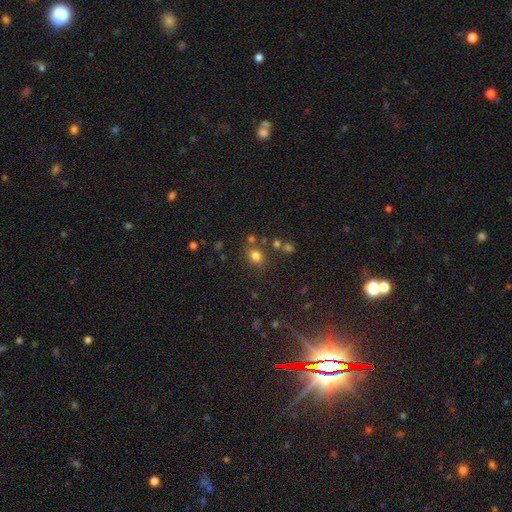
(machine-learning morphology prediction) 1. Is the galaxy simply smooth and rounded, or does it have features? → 77% smooth, 17% star or artifact, 7% featured or disk.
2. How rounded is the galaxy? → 68% round, 31% in between, 1% cigar-shaped.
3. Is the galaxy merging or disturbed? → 74% none, 12% minor disturbance, 10% merger, 4% major disturbance.